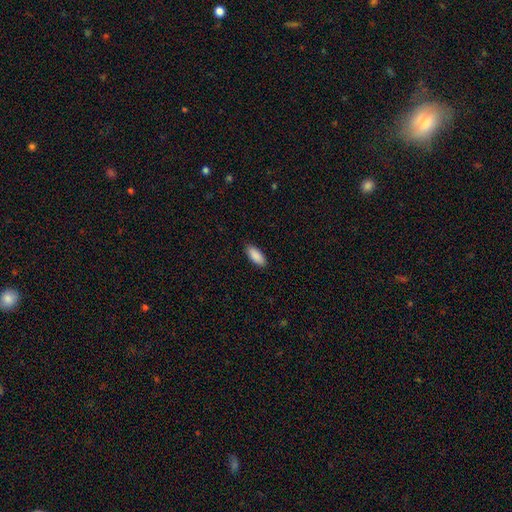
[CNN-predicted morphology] smooth 91%, star or artifact 6%, featured or disk 4%. Down the decision tree: how rounded — in between (84%); merging — none (89%).